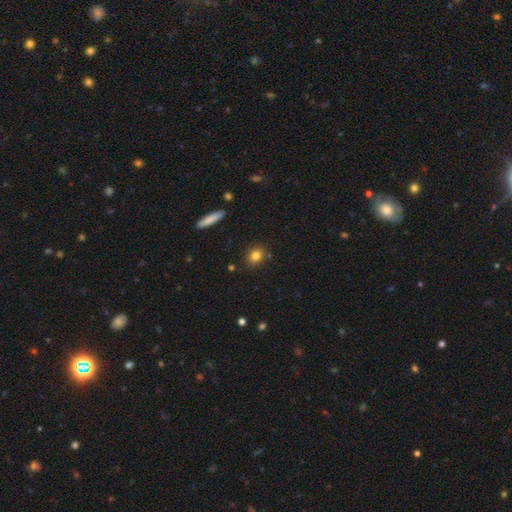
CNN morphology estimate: Smooth or featured? Predicted: smooth (p=0.82). How rounded? Predicted: round (p=0.75). Merging? Predicted: none (p=0.86).